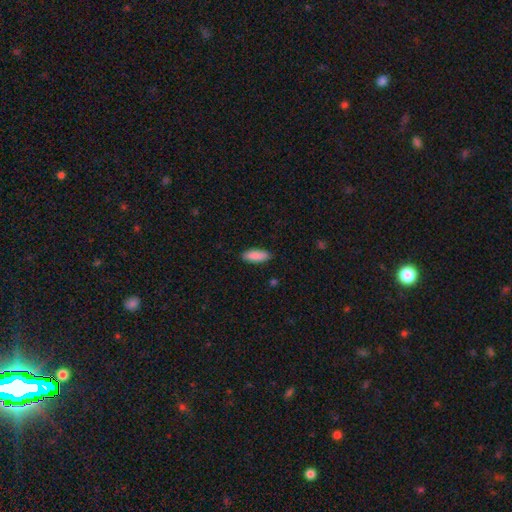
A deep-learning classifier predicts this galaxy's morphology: Smooth or featured? smooth (90%)
How rounded? in between (79%)
Merging? none (87%)